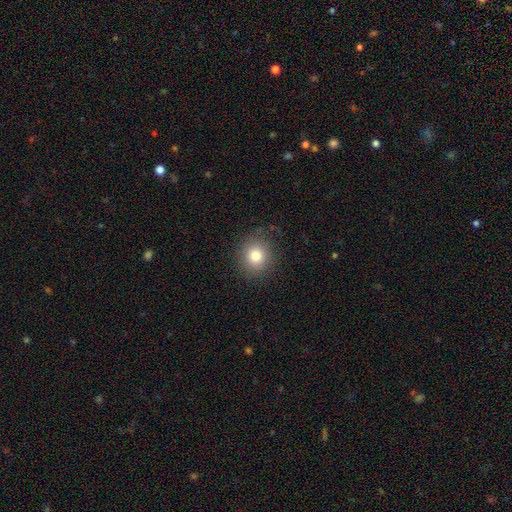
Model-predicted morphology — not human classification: This is likely a smooth galaxy (80%). How rounded: clearly round (85%). Merging: clearly none (87%).